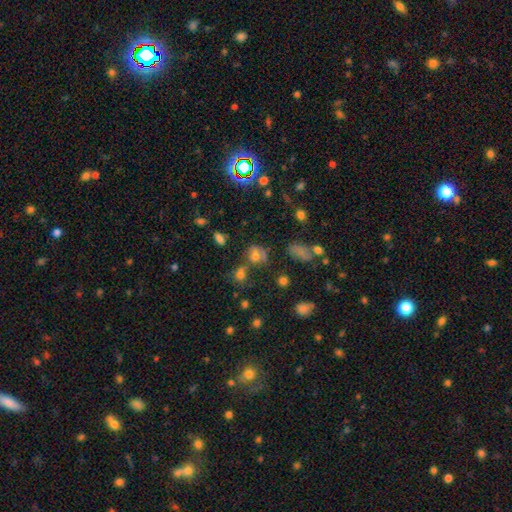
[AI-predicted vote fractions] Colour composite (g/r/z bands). It shows a smooth galaxy with no disk features (57%) that is round (60%). Merging: none (50%).